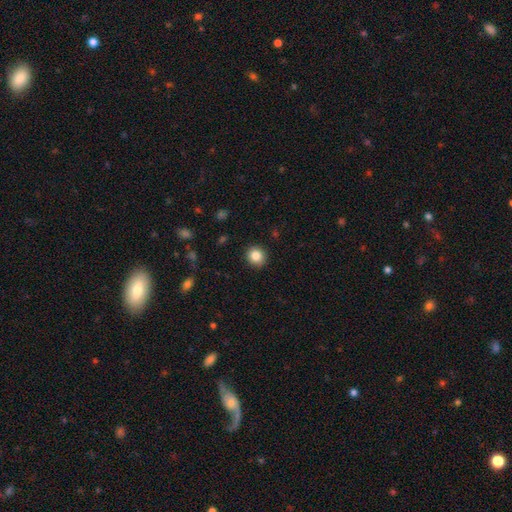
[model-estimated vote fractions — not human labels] smooth_or_featured: smooth (p=0.85) [alt: star or artifact p=0.10]
how_rounded: round (p=0.88) [alt: in between p=0.11]
merging: none (p=0.91) [alt: minor disturbance p=0.06]